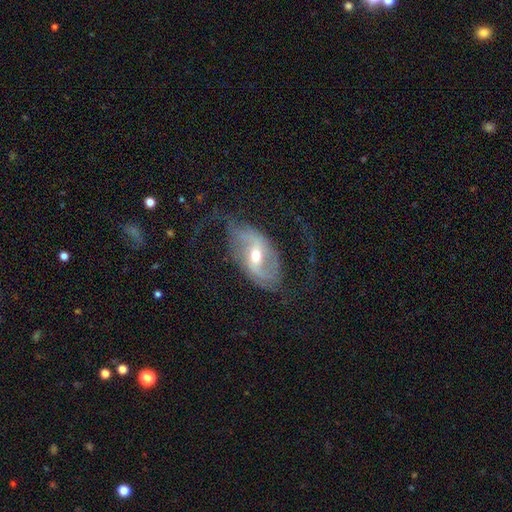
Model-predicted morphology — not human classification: Smooth or featured: featured or disk — 83% (smooth — 11%)
Edge-on disk: no — 94% (yes — 6%)
Bar: weak — 43% (strong — 37%)
Spiral arms: yes — 91% (no — 9%)
Spiral winding: loose — 65% (medium — 26%)
Spiral arm count: 2 — 86% (can't tell — 6%)
Bulge size: moderate — 62% (small — 33%)
Merging: none — 56% (major disturbance — 23%)